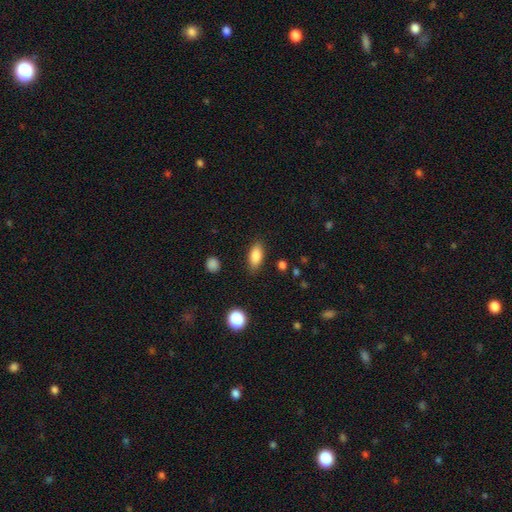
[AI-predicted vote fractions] smooth 86%, star or artifact 8%, featured or disk 6%. Down the decision tree: how rounded — in between (86%); merging — none (85%).